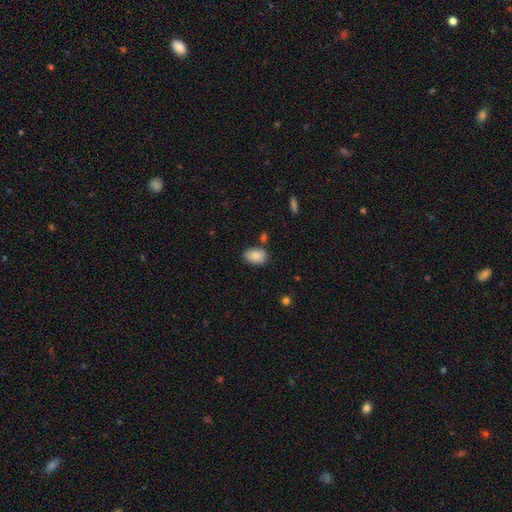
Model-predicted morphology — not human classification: Smooth or featured? Predicted: smooth (p=0.86). How rounded? Predicted: in between (p=0.88). Merging? Predicted: none (p=0.73).